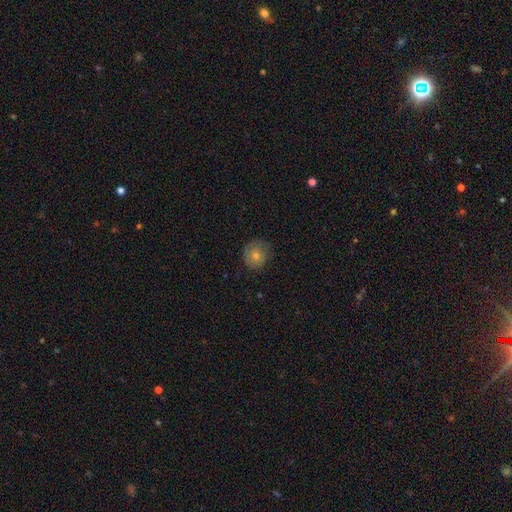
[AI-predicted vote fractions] This is likely a smooth galaxy (60%). How rounded: clearly round (86%). Merging: likely none (79%).